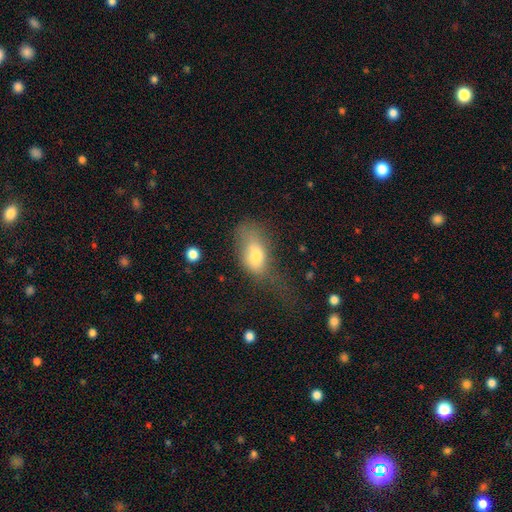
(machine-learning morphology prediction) Smooth or featured? Predicted: smooth (p=0.70). How rounded? Predicted: in between (p=0.85). Merging? Predicted: major disturbance (p=0.46).